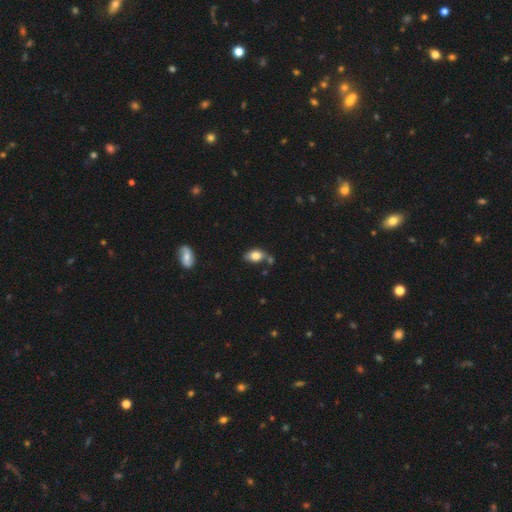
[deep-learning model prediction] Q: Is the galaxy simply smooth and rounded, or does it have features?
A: smooth — 78%.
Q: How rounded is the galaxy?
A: in between — 86%.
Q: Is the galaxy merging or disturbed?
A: none — 56%.